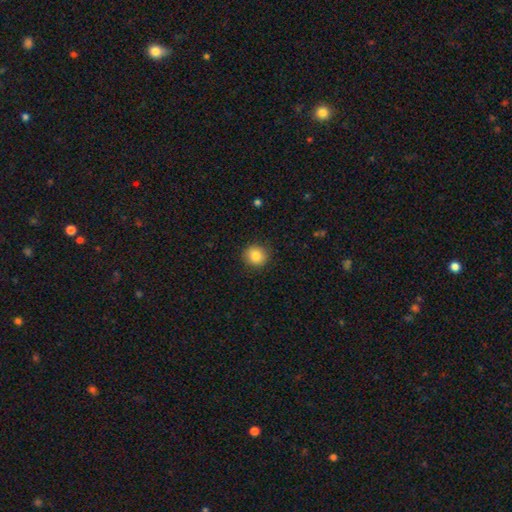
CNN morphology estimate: smooth-or-featured: smooth: 85% | star or artifact: 10% | featured or disk: 5%
  how-rounded: round: 88% | in between: 11% | cigar-shaped: 1%
  merging: none: 90% | minor disturbance: 7% | major disturbance: 2% | merger: 1%